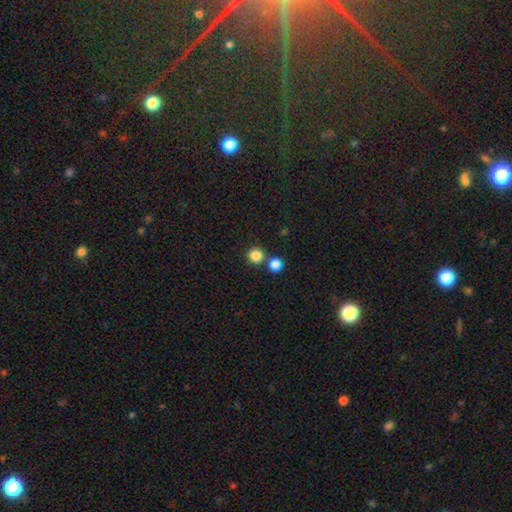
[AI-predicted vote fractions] The model was most divided on "merging": none: 74%, merger: 18%, minor disturbance: 6%, major disturbance: 2%. More confident: how rounded — round (94%); smooth or featured — smooth (84%).